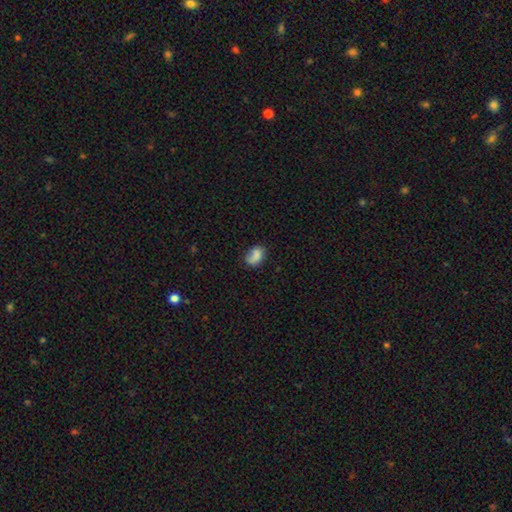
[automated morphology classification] This appears to be a smooth galaxy with no disk features (76%) that is in between round and cigar-shaped (79%). Merging: none (53%).